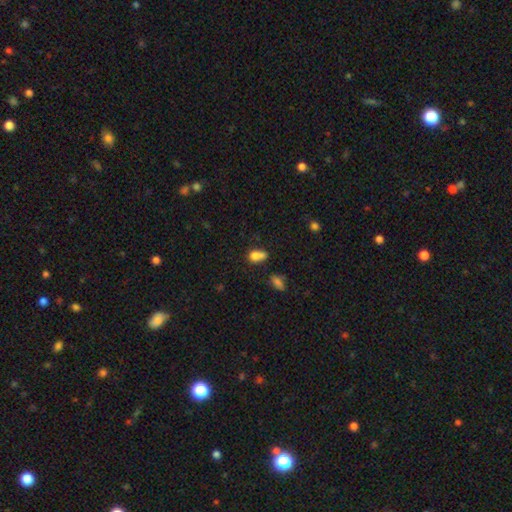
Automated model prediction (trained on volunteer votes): A smooth galaxy with no disk features (75%) that is in between round and cigar-shaped (59%).

Vote fractions:
- Smooth or featured? smooth: 75% / star or artifact: 12% / featured or disk: 12%
- How rounded? in between: 59% / round: 39% / cigar-shaped: 3%
- Merging? merger: 39% / none: 31% / minor disturbance: 19% / major disturbance: 11%